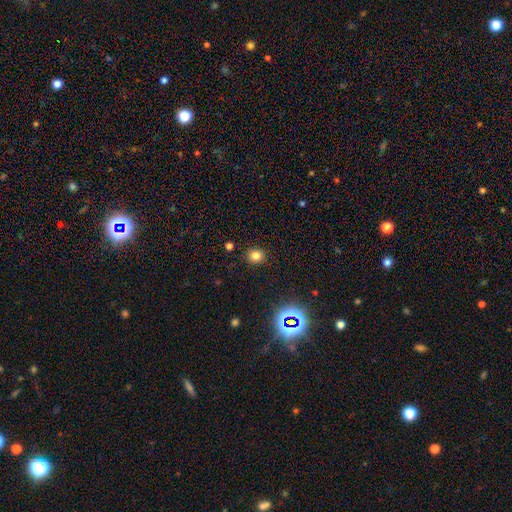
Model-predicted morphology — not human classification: Smooth or featured?
  - smooth: 78% *
  - star or artifact: 17%
  - featured or disk: 5%
How rounded?
  - round: 80% *
  - in between: 19%
  - cigar-shaped: 1%
Merging?
  - none: 90% *
  - minor disturbance: 6%
  - major disturbance: 2%
  - merger: 1%